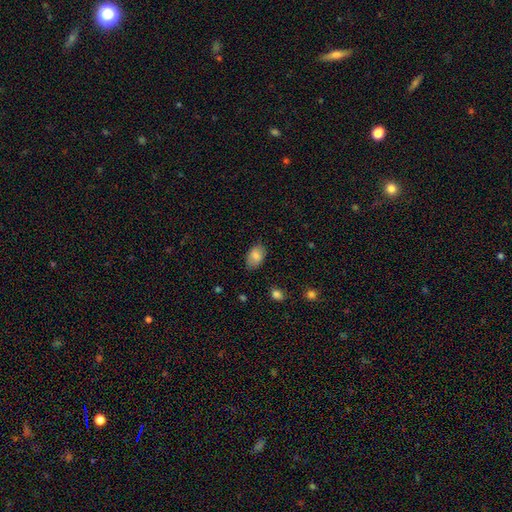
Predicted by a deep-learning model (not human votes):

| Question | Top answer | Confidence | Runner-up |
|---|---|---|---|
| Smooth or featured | smooth | 81% | featured or disk (11%) |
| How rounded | in between | 89% | round (10%) |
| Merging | none | 80% | minor disturbance (16%) |